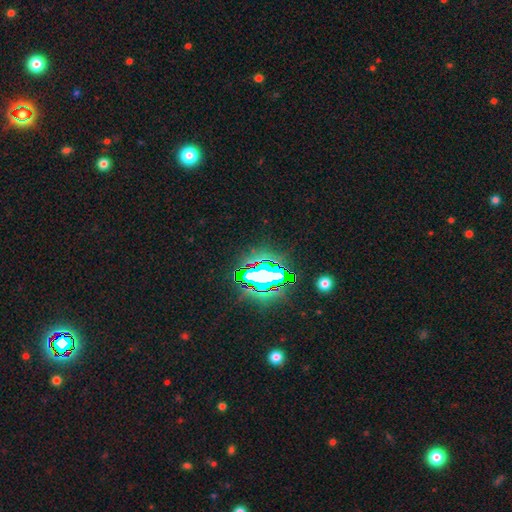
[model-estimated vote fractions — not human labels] A star or artifact, not a galaxy (81%).

Vote fractions:
- Smooth or featured? star or artifact: 81% / smooth: 11% / featured or disk: 8%